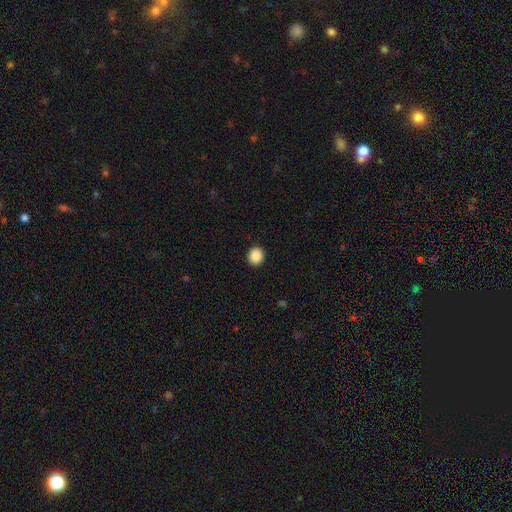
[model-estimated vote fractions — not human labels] Smooth or featured? Predicted: smooth (p=0.88). How rounded? Predicted: round (p=0.84). Merging? Predicted: none (p=0.93).